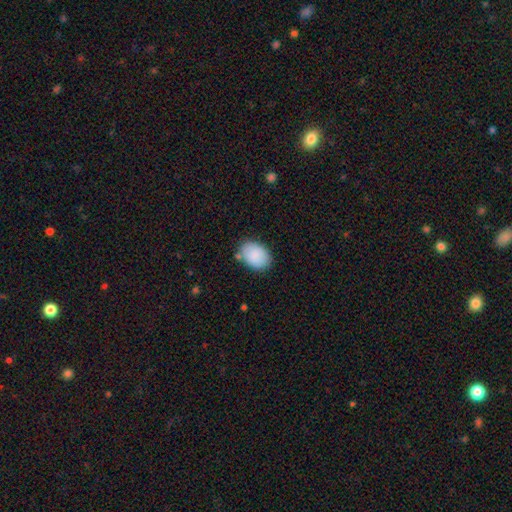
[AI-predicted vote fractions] smooth-or-featured: smooth: 88% | star or artifact: 6% | featured or disk: 6%
  how-rounded: in between: 82% | round: 17% | cigar-shaped: 1%
  merging: none: 76% | minor disturbance: 16% | merger: 4% | major disturbance: 4%